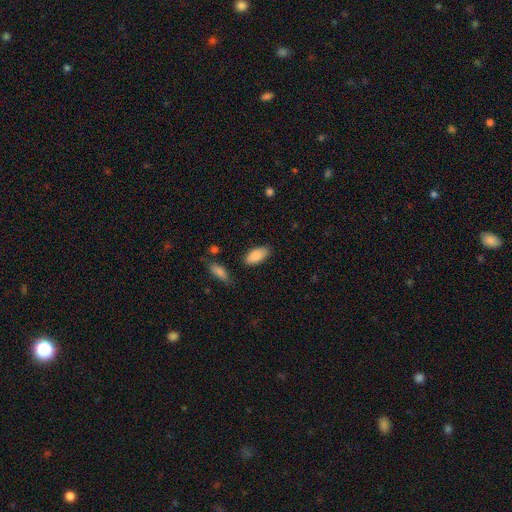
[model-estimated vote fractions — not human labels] smooth_or_featured: smooth (p=0.84) [alt: featured or disk p=0.10]
how_rounded: in between (p=0.91) [alt: cigar-shaped p=0.07]
merging: none (p=0.82) [alt: minor disturbance p=0.13]